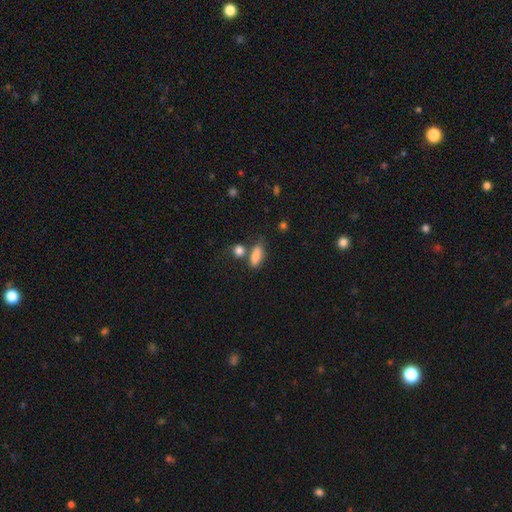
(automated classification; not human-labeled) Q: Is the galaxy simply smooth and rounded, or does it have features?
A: smooth — 83%.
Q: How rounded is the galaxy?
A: in between — 70%.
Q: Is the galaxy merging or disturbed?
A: none — 52%.